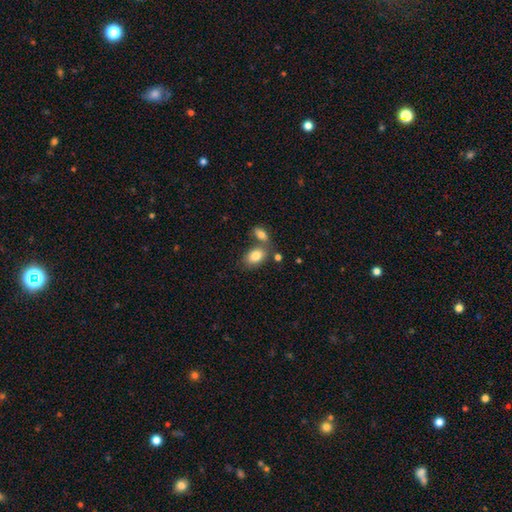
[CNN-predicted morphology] Q: Smooth or featured?
A: smooth (82%); runner-up: featured or disk (10%)
Q: How rounded?
A: in between (88%); runner-up: round (10%)
Q: Merging?
A: none (53%); runner-up: merger (33%)